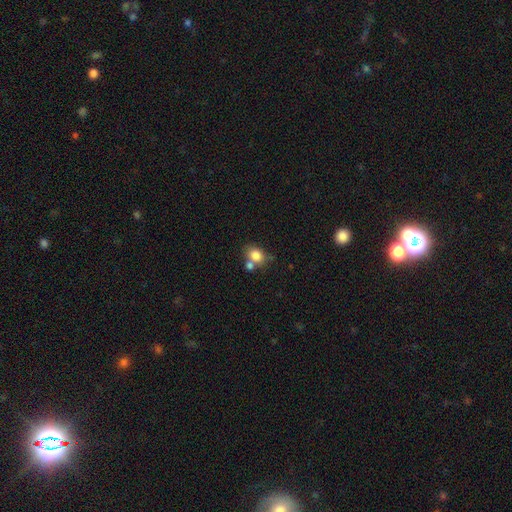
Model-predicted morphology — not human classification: smooth_or_featured: smooth (p=0.81) [alt: star or artifact p=0.10]
how_rounded: round (p=0.52) [alt: in between p=0.47]
merging: none (p=0.50) [alt: merger p=0.31]